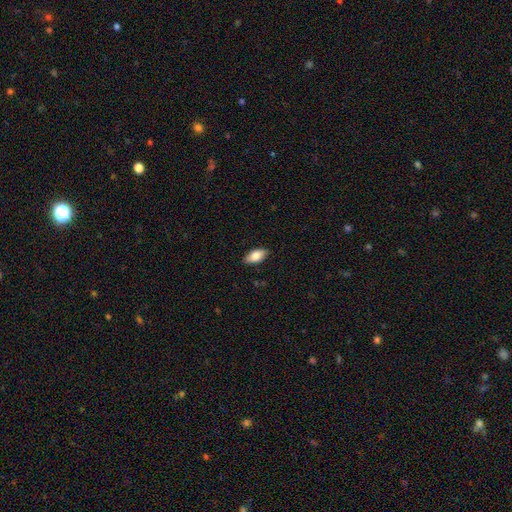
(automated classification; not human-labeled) Smooth or featured? Predicted: smooth (p=0.80). How rounded? Predicted: in between (p=0.91). Merging? Predicted: none (p=0.87).